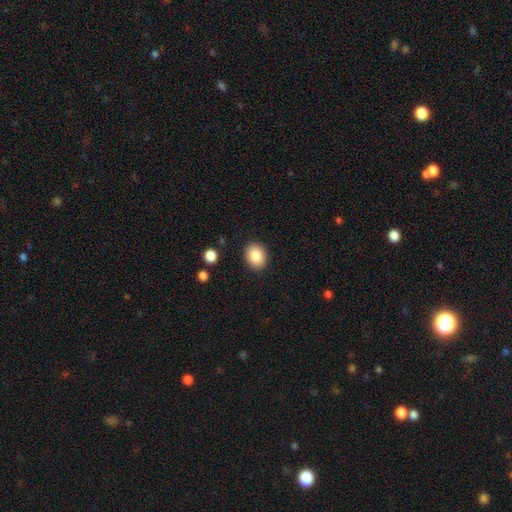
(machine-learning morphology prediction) smooth_or_featured: smooth (p=0.86) [alt: star or artifact p=0.08]
how_rounded: round (p=0.52) [alt: in between p=0.47]
merging: none (p=0.90) [alt: minor disturbance p=0.07]